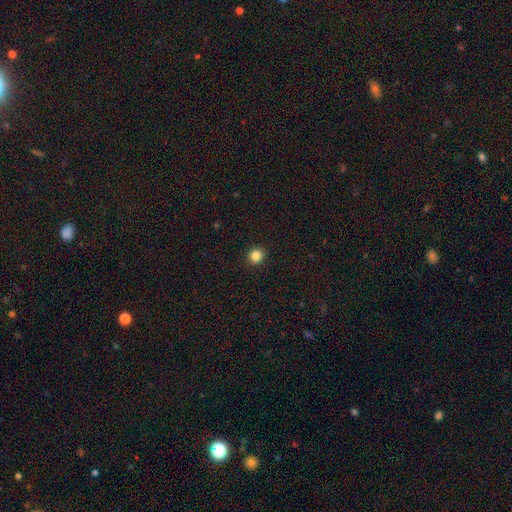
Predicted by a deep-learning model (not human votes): Smooth or featured? smooth (85%)
How rounded? round (86%)
Merging? none (93%)